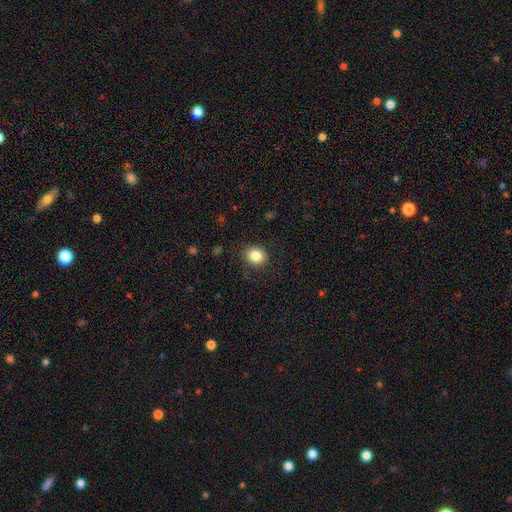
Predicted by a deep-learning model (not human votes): This appears to be a smooth galaxy with no disk features (84%) that is round (77%). Merging: none (86%).